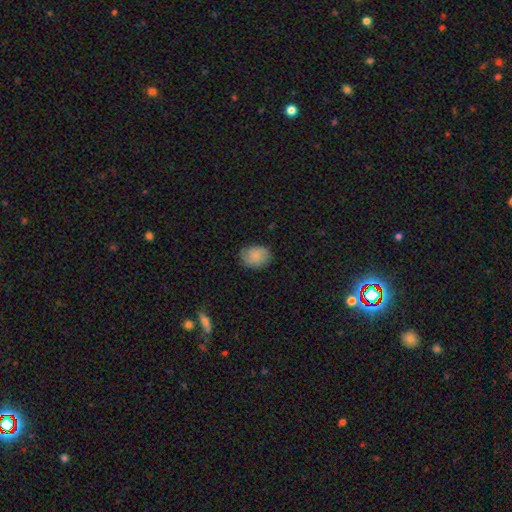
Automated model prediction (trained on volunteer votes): Smooth or featured: smooth — 78% (featured or disk — 14%)
How rounded: in between — 58% (round — 41%)
Merging: none — 75% (minor disturbance — 19%)